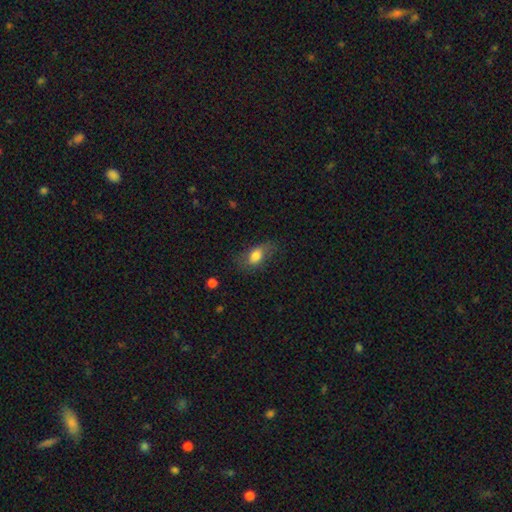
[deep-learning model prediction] Q: Smooth or featured?
A: smooth (74%); runner-up: featured or disk (18%)
Q: How rounded?
A: in between (85%); runner-up: round (11%)
Q: Merging?
A: none (62%); runner-up: minor disturbance (24%)